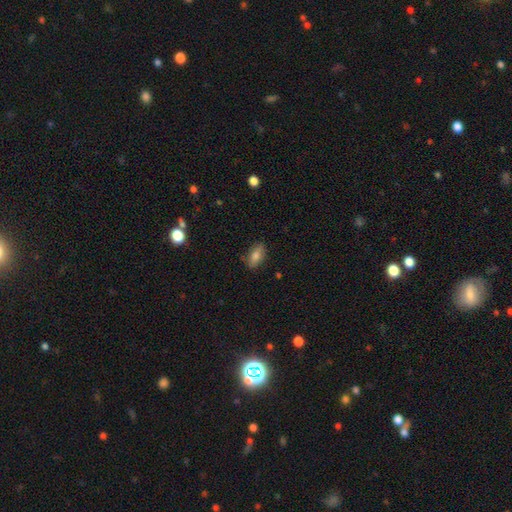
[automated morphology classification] Smooth or featured? Predicted: smooth (p=0.78). How rounded? Predicted: in between (p=0.86). Merging? Predicted: none (p=0.83).